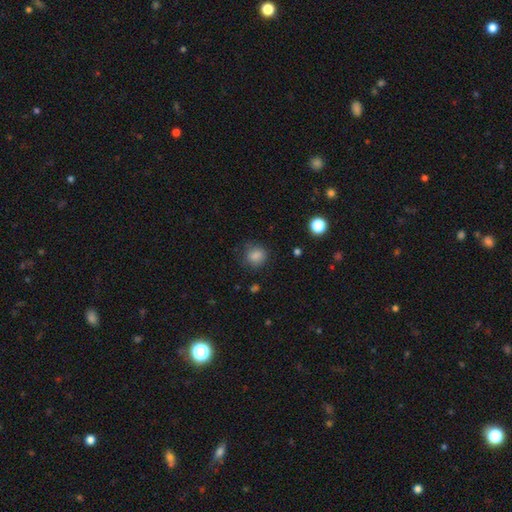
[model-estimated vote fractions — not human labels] This is clearly a smooth galaxy (83%). How rounded: likely round (79%). Merging: likely none (75%).